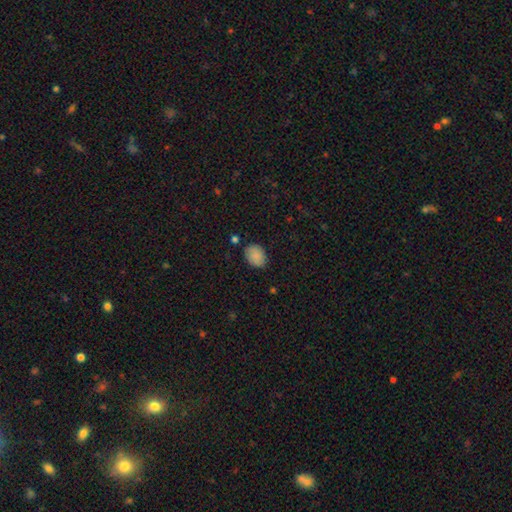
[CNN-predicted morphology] smooth 85%, star or artifact 8%, featured or disk 7%. Down the decision tree: how rounded — in between (66%); merging — none (82%).